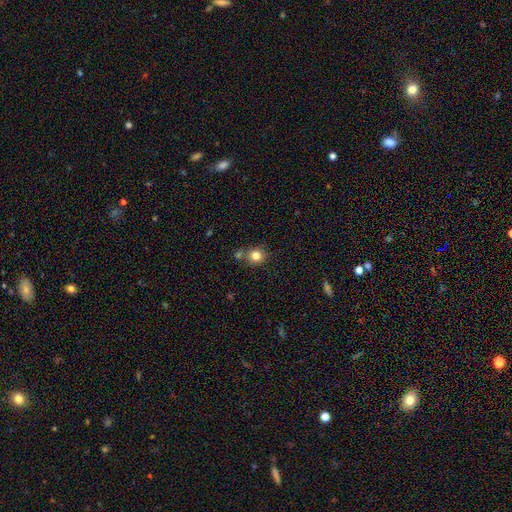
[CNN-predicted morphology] Smooth or featured?
  - smooth: 81% *
  - star or artifact: 12%
  - featured or disk: 8%
How rounded?
  - round: 85% *
  - in between: 14%
  - cigar-shaped: 1%
Merging?
  - none: 68% *
  - merger: 18%
  - minor disturbance: 11%
  - major disturbance: 3%